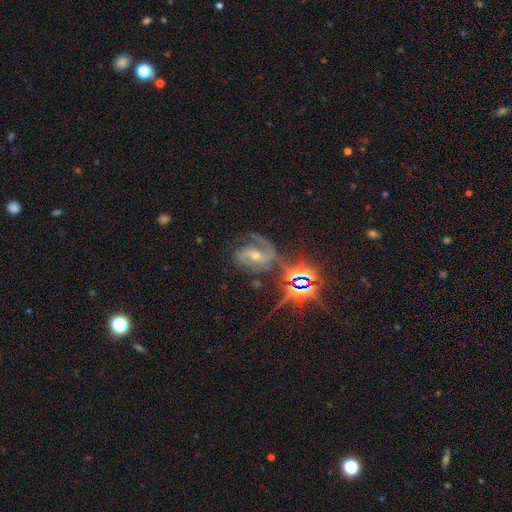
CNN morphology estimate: The model was most divided on "bulge size": small: 50%, moderate: 46%, large: 2%, none: 1%, dominant: 1%. Remaining: edge-on disk — no (97%); spiral arms — yes (96%); smooth or featured — featured or disk (74%); spiral arm count — 2 (66%); merging — none (59%); spiral winding — medium (51%); bar — strong (39%).